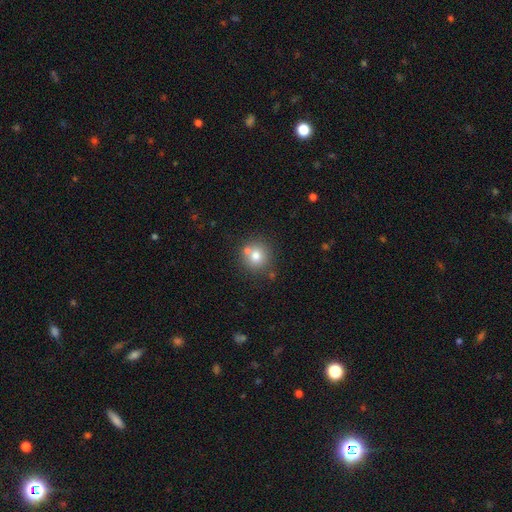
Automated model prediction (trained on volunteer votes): smooth-or-featured: smooth: 74% | featured or disk: 14% | star or artifact: 12%
  how-rounded: round: 92% | in between: 7% | cigar-shaped: 1%
  merging: none: 69% | merger: 19% | minor disturbance: 10% | major disturbance: 3%